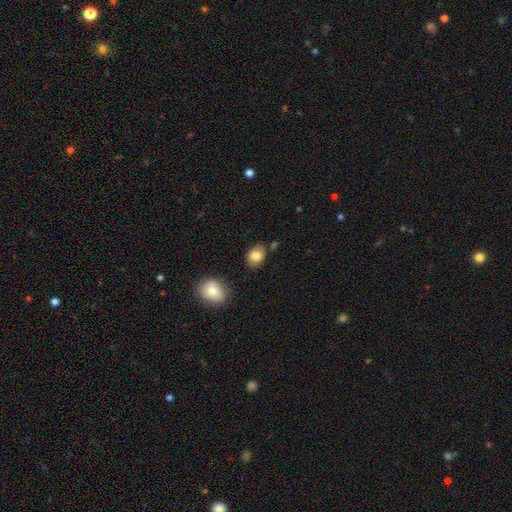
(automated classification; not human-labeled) smooth-or-featured: smooth: 83% | featured or disk: 9% | star or artifact: 8%
  how-rounded: in between: 68% | round: 31% | cigar-shaped: 1%
  merging: none: 76% | minor disturbance: 16% | merger: 5% | major disturbance: 3%